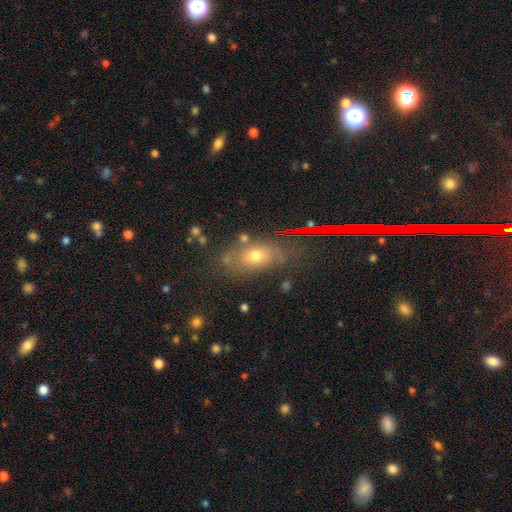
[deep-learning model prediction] Smooth or featured? smooth (62%)
How rounded? in between (78%)
Merging? none (69%)